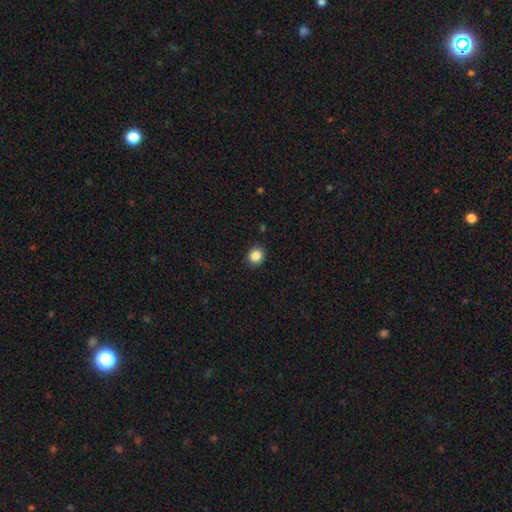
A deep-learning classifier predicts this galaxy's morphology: The model was most divided on "how rounded": round: 83%, in between: 16%, cigar-shaped: 1%. More confident: merging — none (90%); smooth or featured — smooth (86%).